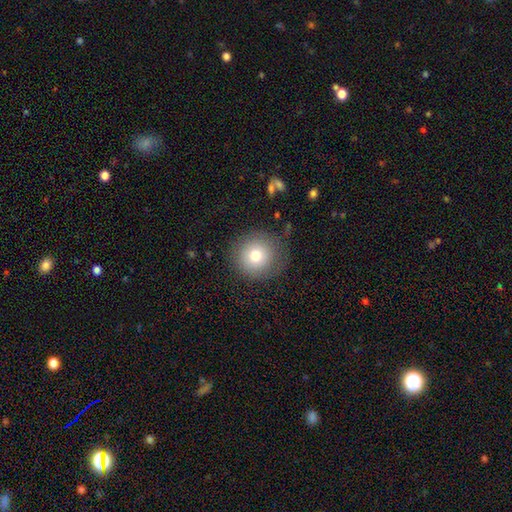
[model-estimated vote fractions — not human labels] Smooth or featured: smooth — 75% (featured or disk — 14%)
How rounded: round — 93% (in between — 6%)
Merging: none — 80% (minor disturbance — 13%)